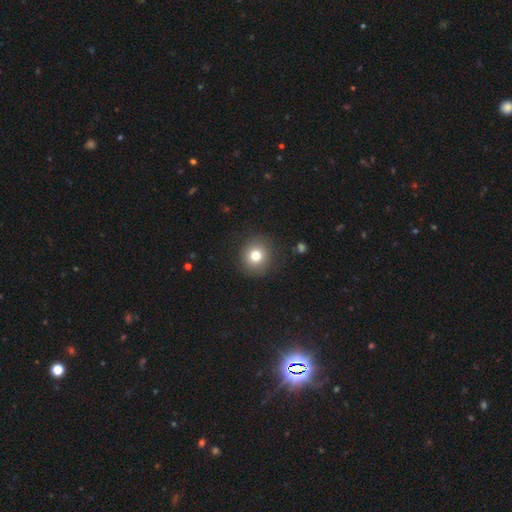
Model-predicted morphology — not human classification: Smooth or featured? smooth (78%)
How rounded? round (90%)
Merging? none (88%)